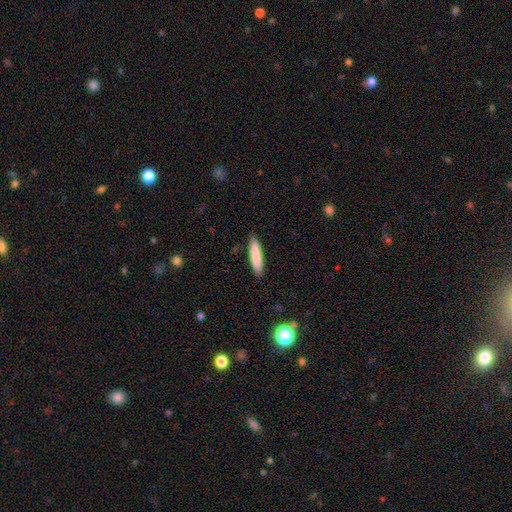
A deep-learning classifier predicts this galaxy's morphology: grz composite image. It shows a smooth galaxy with no disk features (84%) that is cigar-shaped (85%). Merging: none (89%).